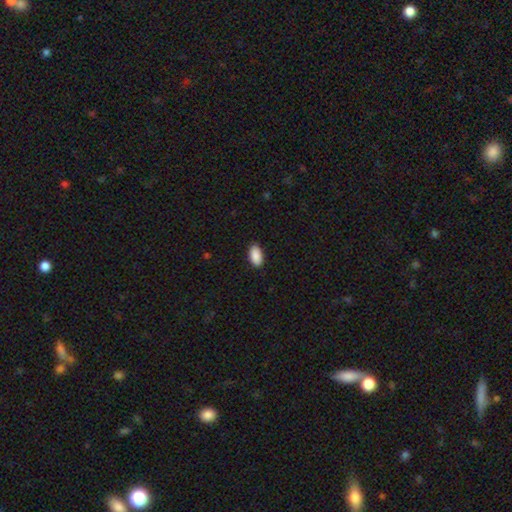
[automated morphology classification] Smooth or featured: smooth — 91% (star or artifact — 7%)
How rounded: in between — 95% (round — 3%)
Merging: none — 88% (minor disturbance — 9%)